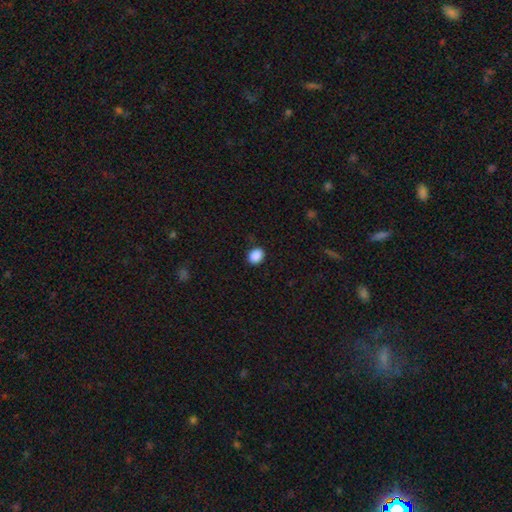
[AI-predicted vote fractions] This is clearly a smooth galaxy (89%). How rounded: possibly round (56%). Merging: clearly none (88%).